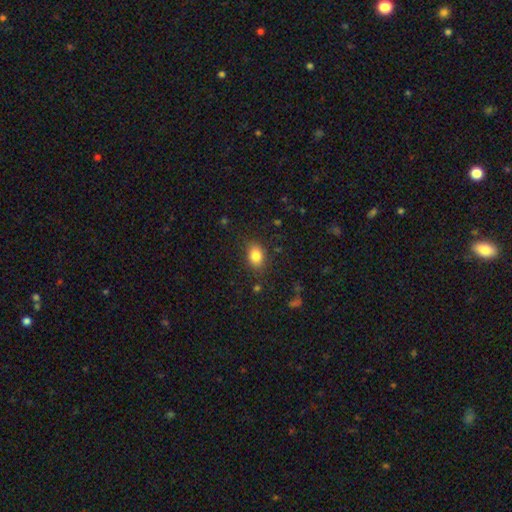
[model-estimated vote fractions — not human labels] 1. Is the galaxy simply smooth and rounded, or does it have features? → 84% smooth, 9% star or artifact, 7% featured or disk.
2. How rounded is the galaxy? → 76% in between, 23% round, 1% cigar-shaped.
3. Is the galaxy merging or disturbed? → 84% none, 12% minor disturbance, 3% major disturbance, 1% merger.